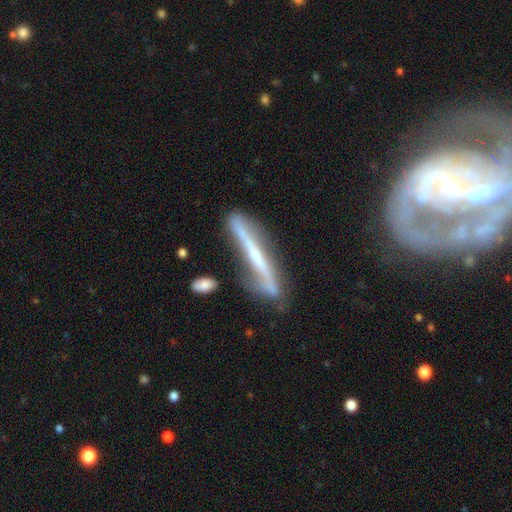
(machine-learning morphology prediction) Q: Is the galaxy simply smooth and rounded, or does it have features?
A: featured or disk — 79%.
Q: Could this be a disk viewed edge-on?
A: yes — 78%.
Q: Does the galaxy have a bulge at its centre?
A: rounded — 66%.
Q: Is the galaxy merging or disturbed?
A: none — 67%.